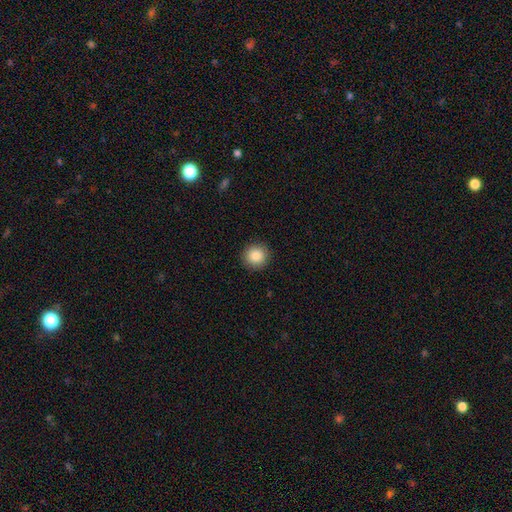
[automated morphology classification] This appears to be a smooth galaxy with no disk features (84%) that is round (93%). Merging: none (92%).